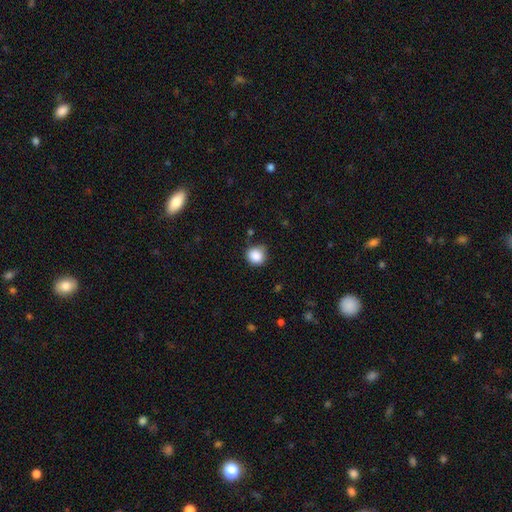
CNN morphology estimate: Overall: smooth (87%). How rounded: round (89%). Merging: none (75%).